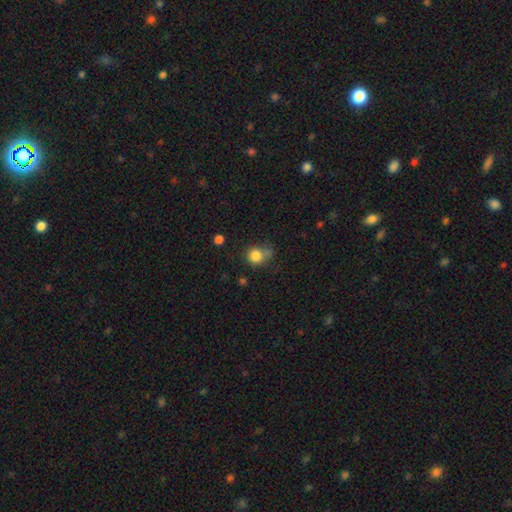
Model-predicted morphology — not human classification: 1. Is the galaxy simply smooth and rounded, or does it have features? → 82% smooth, 11% star or artifact, 7% featured or disk.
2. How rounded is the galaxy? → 83% round, 16% in between, 1% cigar-shaped.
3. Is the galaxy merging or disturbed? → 50% none, 25% minor disturbance, 13% merger, 12% major disturbance.